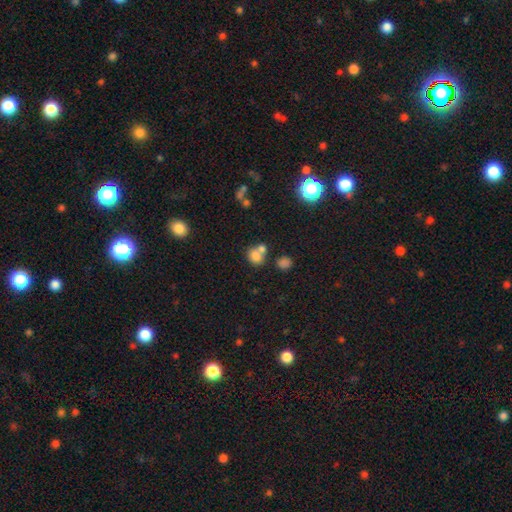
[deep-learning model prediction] Smooth or featured? smooth (77%)
How rounded? round (64%)
Merging? merger (45%)